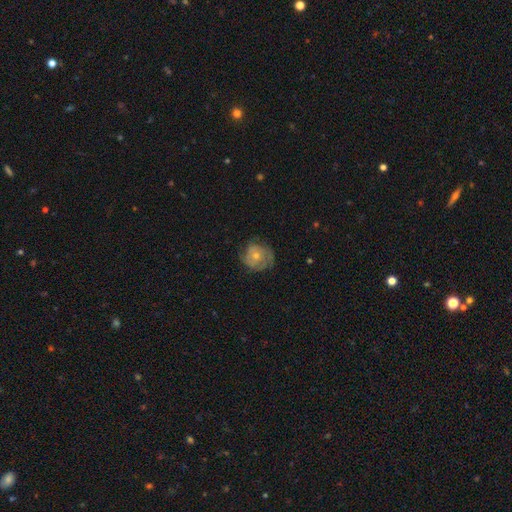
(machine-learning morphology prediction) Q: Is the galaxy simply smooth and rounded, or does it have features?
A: featured or disk — 51%.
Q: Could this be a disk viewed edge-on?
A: no — 97%.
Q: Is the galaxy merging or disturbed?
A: none — 62%.